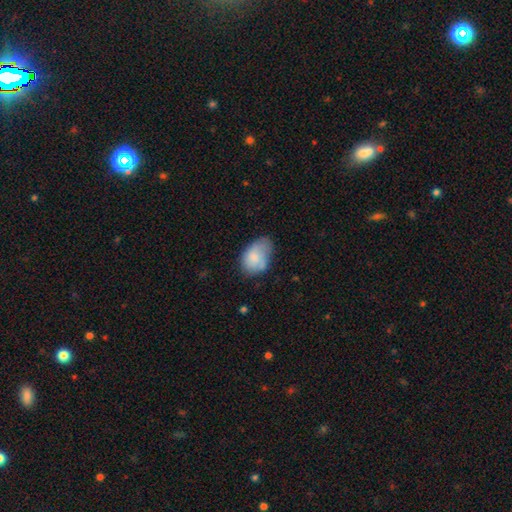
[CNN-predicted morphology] Q: Smooth or featured?
A: smooth (77%); runner-up: featured or disk (16%)
Q: How rounded?
A: in between (83%); runner-up: round (16%)
Q: Merging?
A: none (41%); runner-up: minor disturbance (39%)